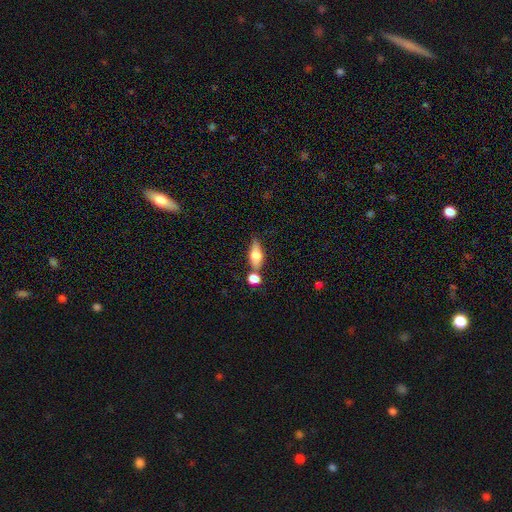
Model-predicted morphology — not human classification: The model was most divided on "smooth or featured": smooth: 59%, featured or disk: 32%, star or artifact: 8%. More confident: how rounded — in between (70%); merging — none (58%).